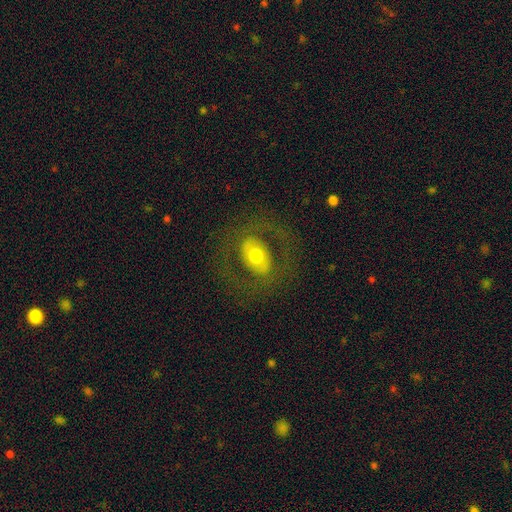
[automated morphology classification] This appears to be a featured or disk galaxy (46%, tied with smooth). Merging: none (75%).